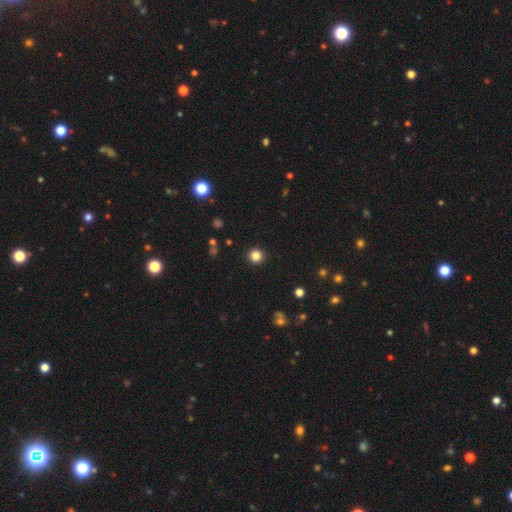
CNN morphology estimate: This is clearly a smooth galaxy (83%). How rounded: clearly round (95%). Merging: clearly none (93%).